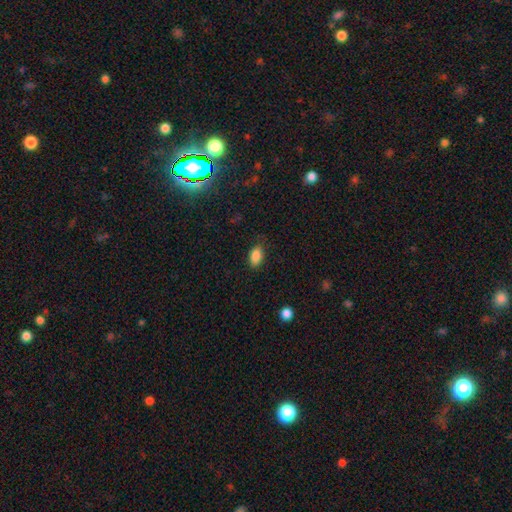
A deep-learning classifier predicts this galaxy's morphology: smooth_or_featured: smooth (p=0.87) [alt: star or artifact p=0.09]
how_rounded: in between (p=0.90) [alt: round p=0.08]
merging: none (p=0.80) [alt: minor disturbance p=0.15]